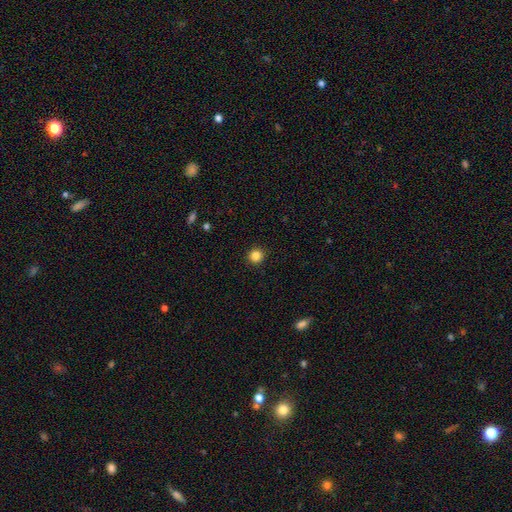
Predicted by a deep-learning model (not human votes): Smooth or featured: smooth — 84% (star or artifact — 12%)
How rounded: round — 94% (in between — 5%)
Merging: none — 93% (minor disturbance — 4%)